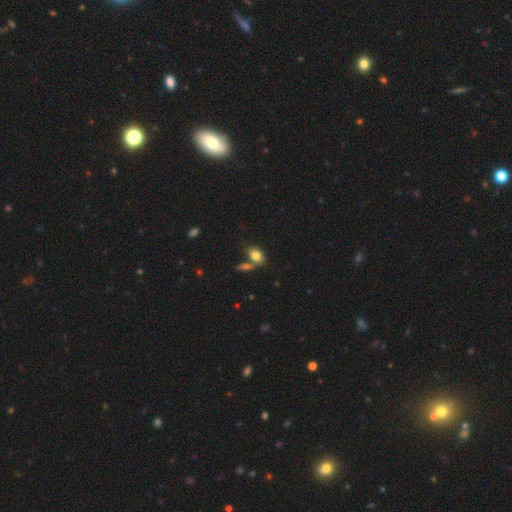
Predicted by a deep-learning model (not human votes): Smooth or featured: smooth — 80% (featured or disk — 11%)
How rounded: in between — 82% (round — 15%)
Merging: none — 51% (merger — 31%)